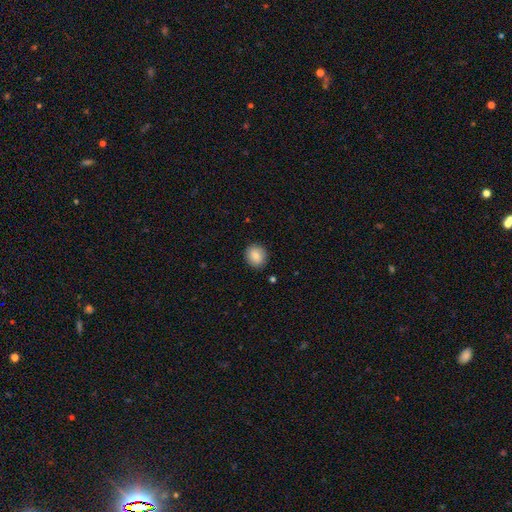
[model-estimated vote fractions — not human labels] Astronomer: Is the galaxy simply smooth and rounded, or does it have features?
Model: smooth — 85%.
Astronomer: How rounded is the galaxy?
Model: round — 75%.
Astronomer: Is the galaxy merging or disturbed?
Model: none — 89%.